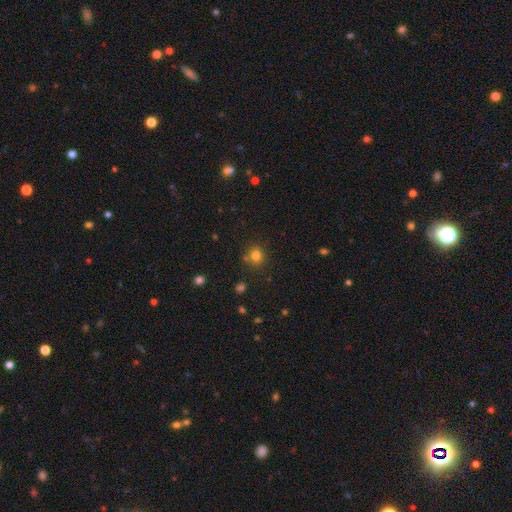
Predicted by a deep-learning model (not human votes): Smooth or featured?
  - smooth: 79% *
  - star or artifact: 15%
  - featured or disk: 6%
How rounded?
  - round: 83% *
  - in between: 16%
  - cigar-shaped: 1%
Merging?
  - none: 78% *
  - minor disturbance: 10%
  - merger: 8%
  - major disturbance: 3%